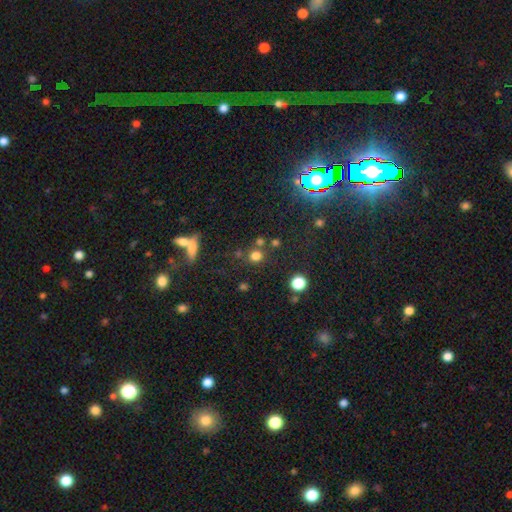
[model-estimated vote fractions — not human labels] smooth_or_featured: smooth (p=0.73) [alt: star or artifact p=0.20]
how_rounded: round (p=0.86) [alt: in between p=0.12]
merging: none (p=0.71) [alt: merger p=0.15]